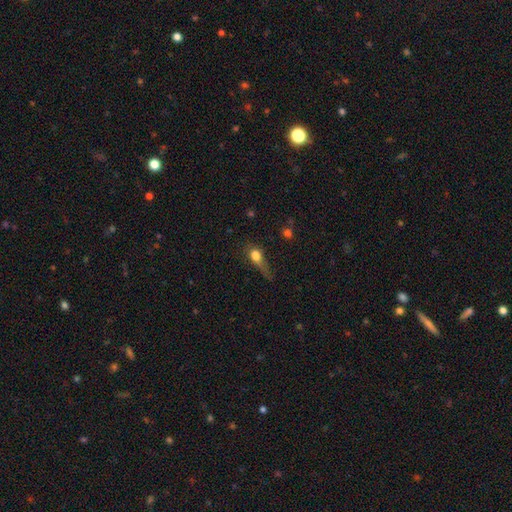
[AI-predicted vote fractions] Smooth or featured?
  - smooth: 72% *
  - featured or disk: 17%
  - star or artifact: 11%
How rounded?
  - in between: 52% *
  - round: 30%
  - cigar-shaped: 18%
Merging?
  - major disturbance: 40% *
  - minor disturbance: 28%
  - none: 26%
  - merger: 6%